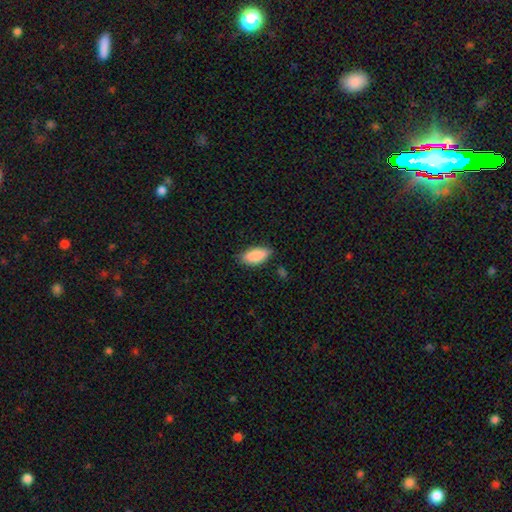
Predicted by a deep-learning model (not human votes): Smooth or featured?
  - smooth: 86% *
  - featured or disk: 7%
  - star or artifact: 6%
How rounded?
  - in between: 87% *
  - cigar-shaped: 11%
  - round: 2%
Merging?
  - none: 79% *
  - minor disturbance: 17%
  - major disturbance: 3%
  - merger: 2%